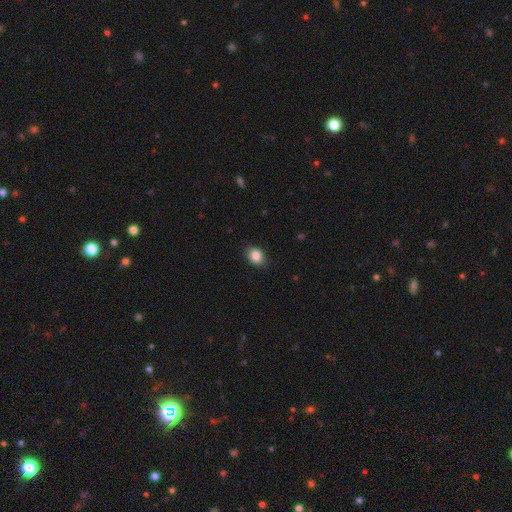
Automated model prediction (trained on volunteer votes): This appears to be a smooth galaxy with no disk features (86%) that is in between round and cigar-shaped (60%). Merging: none (83%).